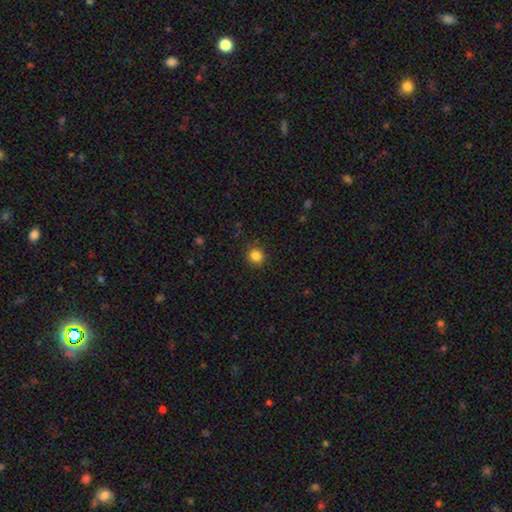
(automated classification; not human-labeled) Smooth or featured?
  - smooth: 85% *
  - star or artifact: 11%
  - featured or disk: 4%
How rounded?
  - round: 91% *
  - in between: 8%
  - cigar-shaped: 1%
Merging?
  - none: 90% *
  - minor disturbance: 7%
  - major disturbance: 2%
  - merger: 1%